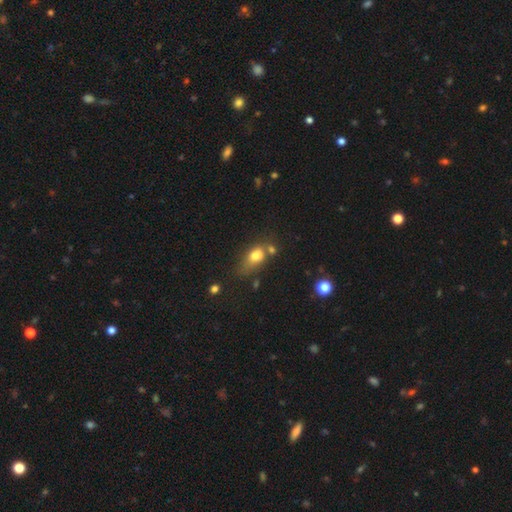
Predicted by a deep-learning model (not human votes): smooth_or_featured: smooth (p=0.75) [alt: featured or disk p=0.15]
how_rounded: in between (p=0.74) [alt: round p=0.21]
merging: none (p=0.35) [alt: minor disturbance p=0.25]